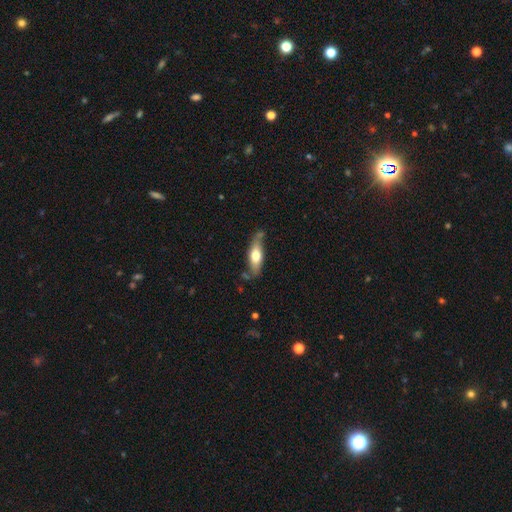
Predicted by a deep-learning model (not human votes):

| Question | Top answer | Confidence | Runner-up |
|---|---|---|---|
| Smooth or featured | smooth | 57% | featured or disk (37%) |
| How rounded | in between | 60% | cigar-shaped (37%) |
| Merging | none | 65% | minor disturbance (23%) |